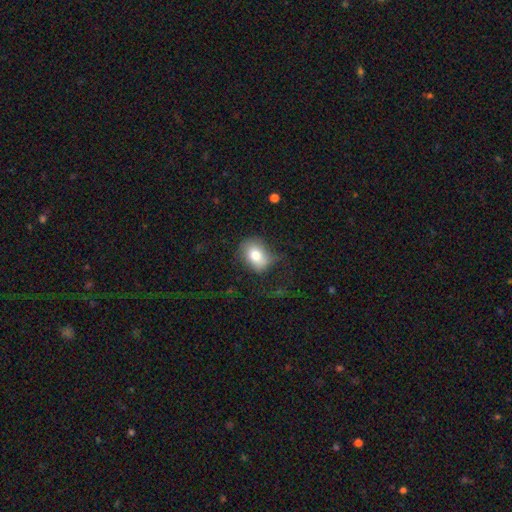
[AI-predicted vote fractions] A smooth galaxy with no disk features (76%) that is in between round and cigar-shaped (63%). Merging: none (56%).